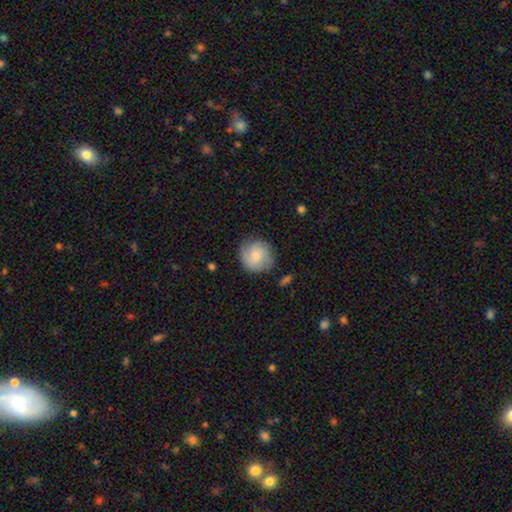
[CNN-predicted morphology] smooth-or-featured: smooth: 56% | featured or disk: 37% | star or artifact: 7%
  how-rounded: round: 90% | in between: 9% | cigar-shaped: 1%
  merging: none: 77% | minor disturbance: 16% | major disturbance: 5% | merger: 2%